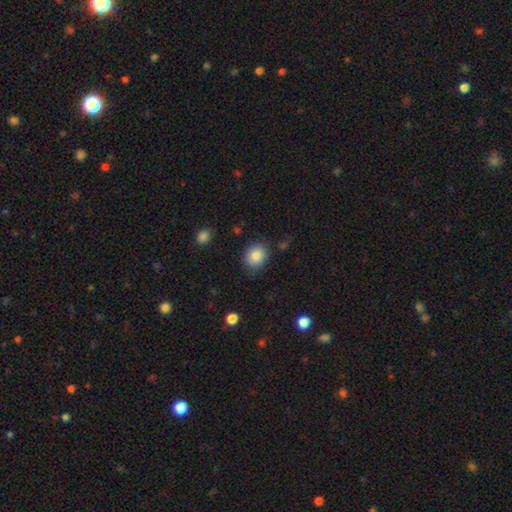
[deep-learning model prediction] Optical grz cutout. It shows a smooth galaxy with no disk features (84%) that is round (64%). Merging: none (83%).